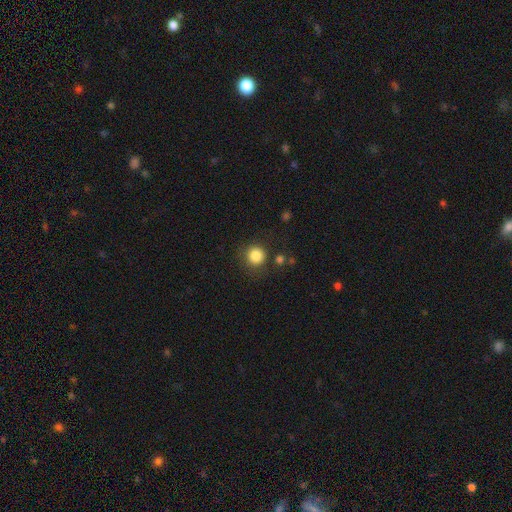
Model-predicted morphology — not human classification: smooth 85%, star or artifact 11%, featured or disk 4%. Down the decision tree: how rounded — round (94%); merging — none (83%).